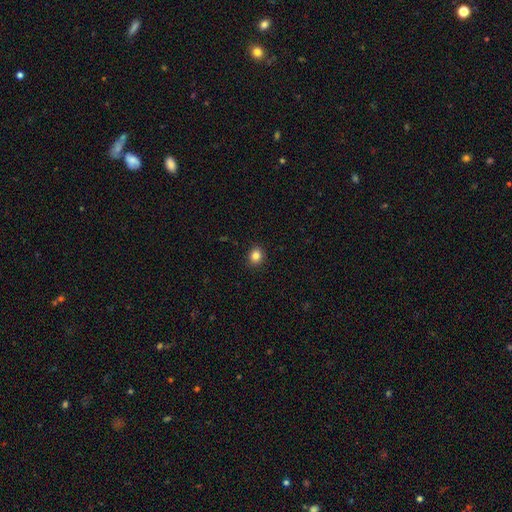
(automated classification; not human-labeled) A smooth galaxy with no disk features (84%) that is round (75%). Merging: none (91%).